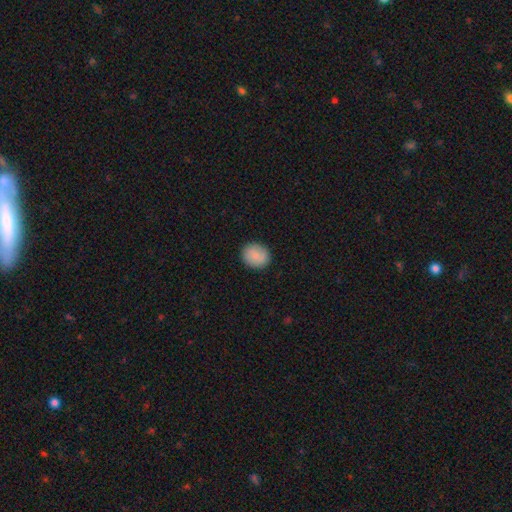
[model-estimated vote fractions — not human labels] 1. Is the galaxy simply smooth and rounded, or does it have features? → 85% smooth, 7% featured or disk, 7% star or artifact.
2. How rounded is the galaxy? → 75% round, 24% in between, 1% cigar-shaped.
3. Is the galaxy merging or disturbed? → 89% none, 8% minor disturbance, 2% major disturbance, 1% merger.